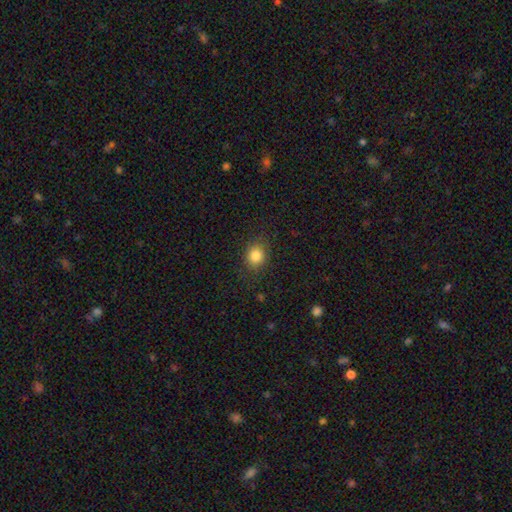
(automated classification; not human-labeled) A smooth galaxy with no disk features (83%) that is round (69%). Merging: none (84%).